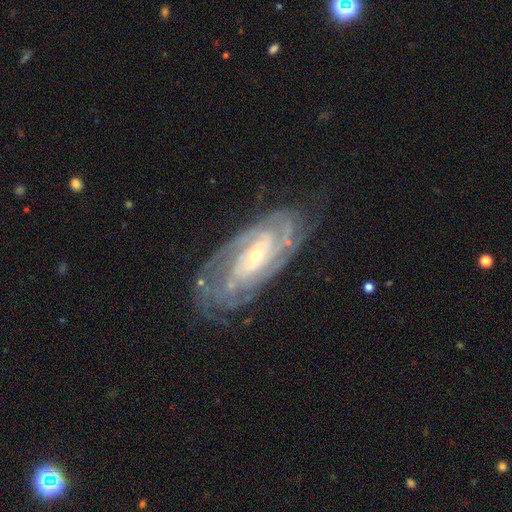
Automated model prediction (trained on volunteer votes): Smooth or featured? featured or disk (88%)
Edge-on disk? no (93%)
Bar? no (49%)
Spiral arms? yes (96%)
Spiral winding? tight (71%)
Spiral arm count? can't tell (32%)
Bulge size? small (69%)
Merging? none (73%)